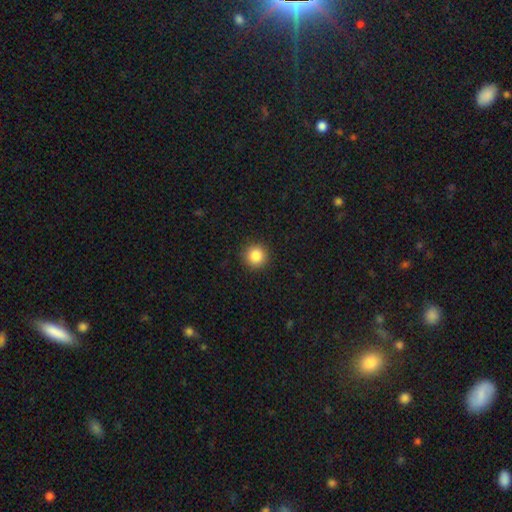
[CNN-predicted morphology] A smooth galaxy with no disk features (86%) that is round (95%).

Vote fractions:
- Smooth or featured? smooth: 86% / star or artifact: 10% / featured or disk: 4%
- How rounded? round: 95% / in between: 4% / cigar-shaped: 1%
- Merging? none: 92% / minor disturbance: 5% / major disturbance: 2% / merger: 1%